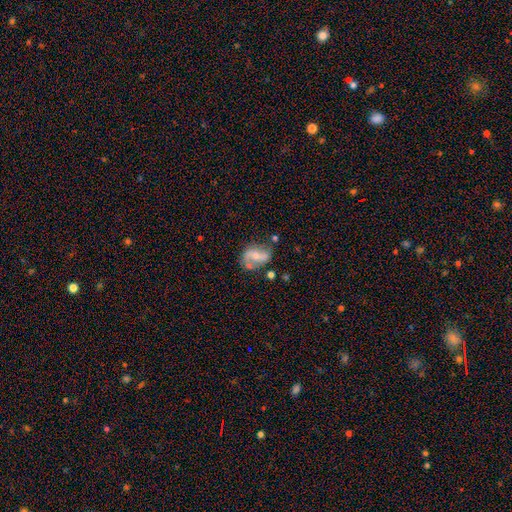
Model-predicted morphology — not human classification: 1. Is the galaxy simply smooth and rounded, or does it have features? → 67% featured or disk, 25% smooth, 8% star or artifact.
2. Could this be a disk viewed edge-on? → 96% no, 4% yes.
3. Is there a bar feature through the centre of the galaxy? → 42% no, 34% weak, 24% strong.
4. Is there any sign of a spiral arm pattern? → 80% yes, 20% no.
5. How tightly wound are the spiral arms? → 57% loose, 32% medium, 11% tight.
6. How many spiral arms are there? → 86% 2, 7% can't tell, 4% 1, 1% 3, 1% 4, 1% more than 4.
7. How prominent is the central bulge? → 47% small, 46% moderate, 4% none, 2% large, 1% dominant.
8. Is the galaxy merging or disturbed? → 58% none, 22% minor disturbance, 11% merger, 10% major disturbance.